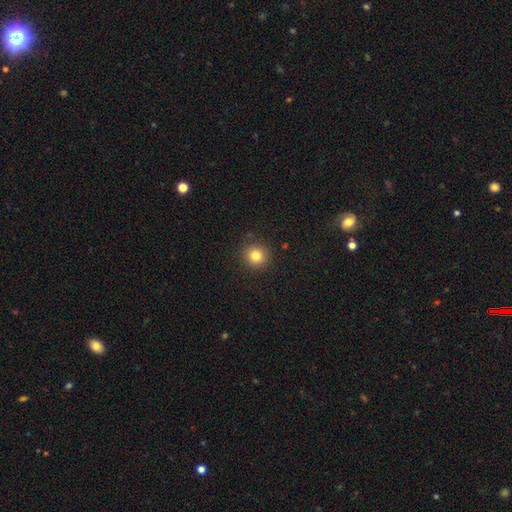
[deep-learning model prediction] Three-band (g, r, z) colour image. It shows a smooth galaxy with no disk features (81%) that is round (94%). Merging: none (90%).